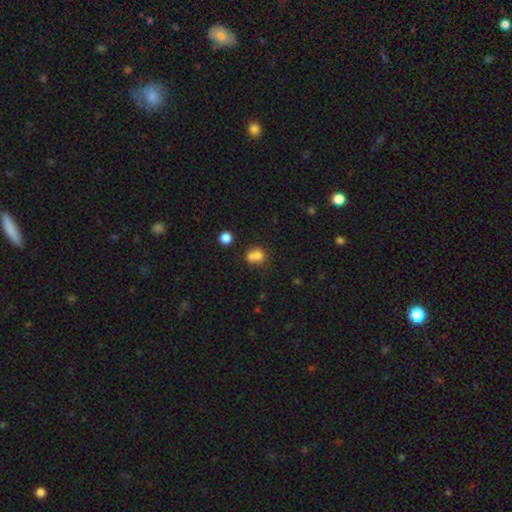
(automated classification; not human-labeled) The model was most divided on "merging": merger: 58%, none: 31%, minor disturbance: 8%, major disturbance: 4%. More confident: smooth or featured — smooth (72%); how rounded — round (69%).